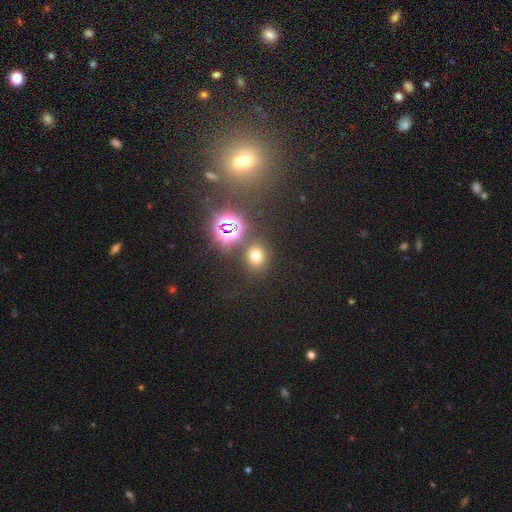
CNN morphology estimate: smooth-or-featured: smooth: 62% | star or artifact: 30% | featured or disk: 8%
  how-rounded: round: 73% | in between: 26% | cigar-shaped: 1%
  merging: none: 79% | minor disturbance: 9% | merger: 8% | major disturbance: 4%